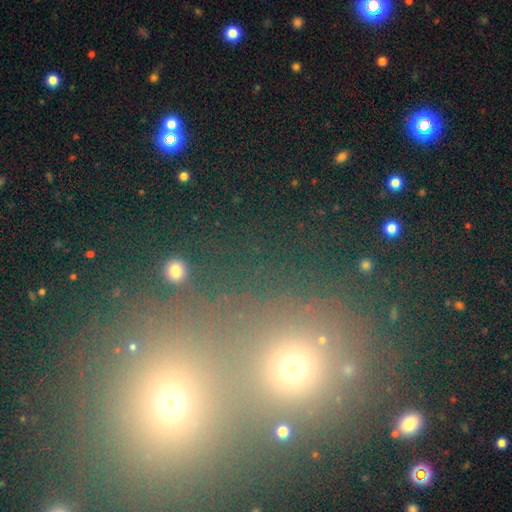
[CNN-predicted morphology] The model was most divided on "smooth or featured": star or artifact: 50%, smooth: 40%, featured or disk: 10%.